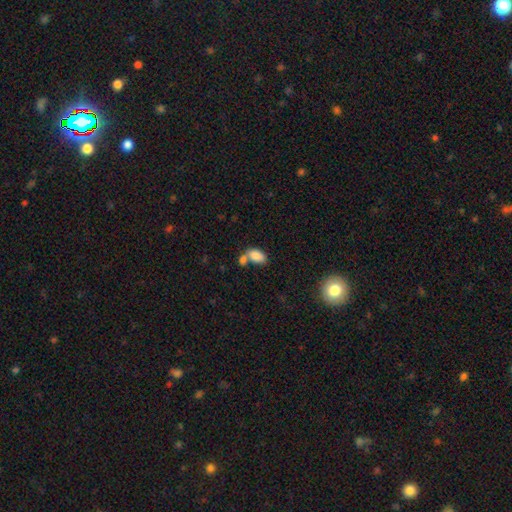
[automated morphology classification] This appears to be a smooth galaxy with no disk features (83%) that is in between round and cigar-shaped (92%). Merging: merger (46%).